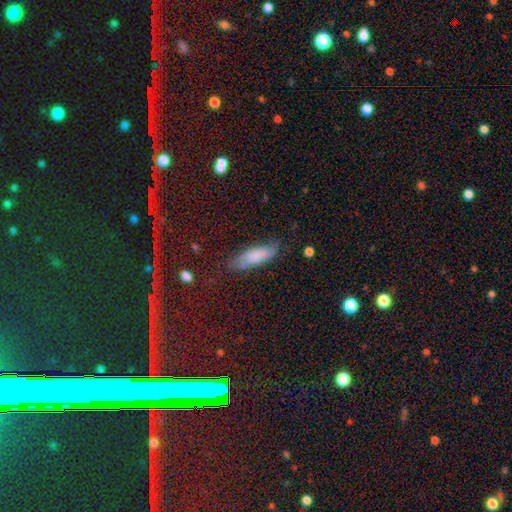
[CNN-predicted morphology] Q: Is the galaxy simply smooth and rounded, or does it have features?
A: smooth — 70%.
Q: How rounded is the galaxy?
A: in between — 56%.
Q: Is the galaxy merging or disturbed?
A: none — 71%.